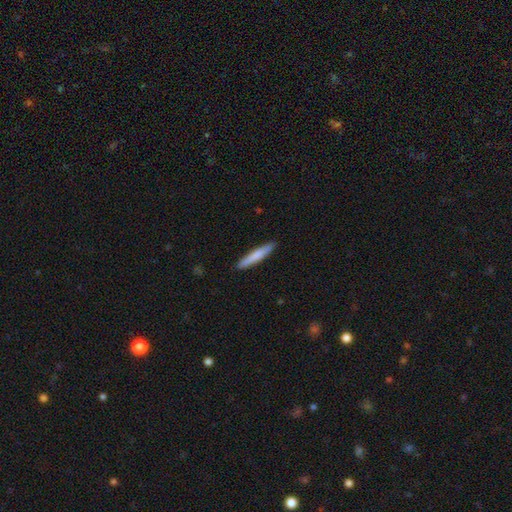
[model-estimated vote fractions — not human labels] Smooth or featured? smooth (75%)
How rounded? cigar-shaped (94%)
Merging? none (91%)